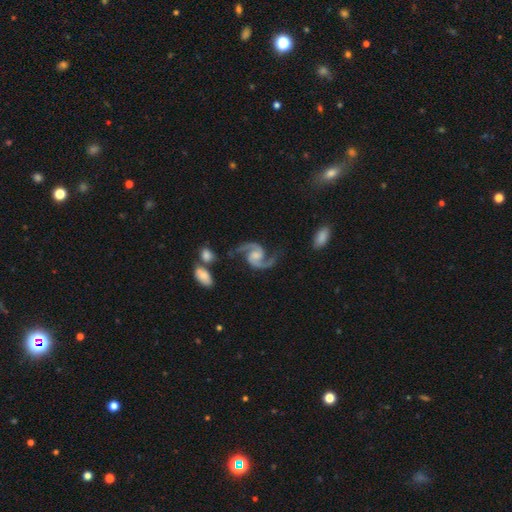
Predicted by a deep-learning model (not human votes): featured or disk 94%, star or artifact 4%, smooth 3%. Down the decision tree: edge-on disk — no (98%); bar — no (54%); spiral arms — yes (99%); spiral arm count — 2 (95%); spiral winding — medium (58%); bulge size — moderate (41%); merging — none (73%).